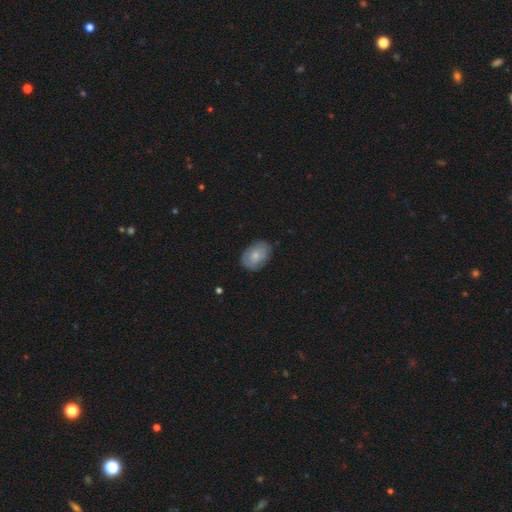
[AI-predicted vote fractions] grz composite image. It shows a smooth galaxy with no disk features (69%) that is in between round and cigar-shaped (83%). Merging: none (78%).